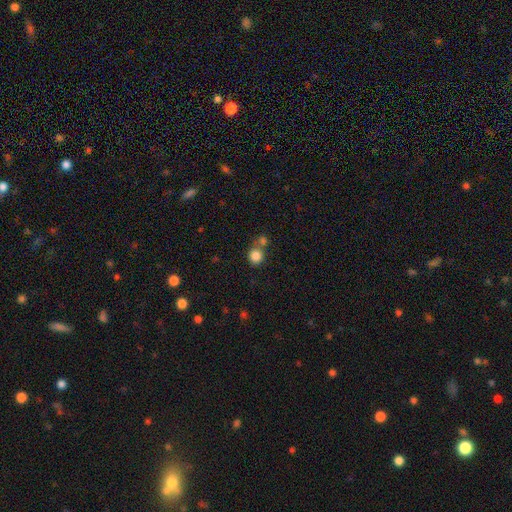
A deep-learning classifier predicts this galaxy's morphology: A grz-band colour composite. It shows a smooth galaxy with no disk features (84%) that is round (86%). Merging: none (57%).